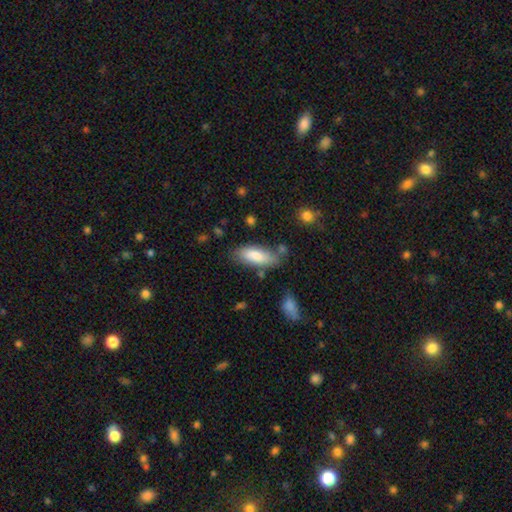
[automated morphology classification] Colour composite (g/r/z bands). It shows a smooth galaxy with no disk features (81%) that is in between round and cigar-shaped (74%). Merging: none (69%).